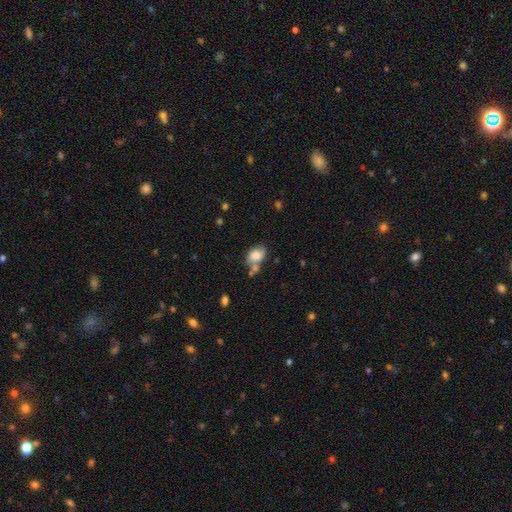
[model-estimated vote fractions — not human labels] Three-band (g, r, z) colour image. It shows a smooth galaxy with no disk features (77%) that is in between round and cigar-shaped (78%). Merging: none (48%).